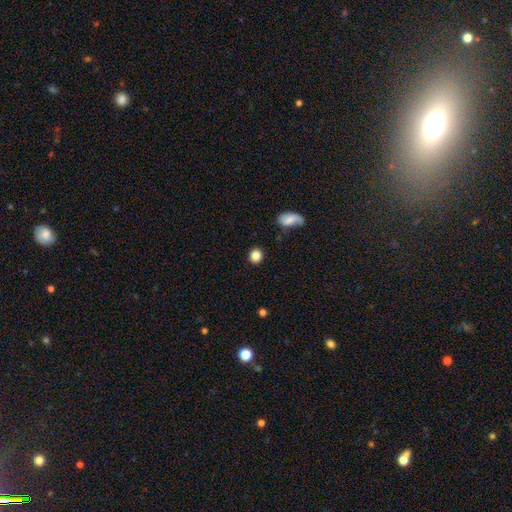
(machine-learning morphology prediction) Smooth or featured? Predicted: smooth (p=0.85). How rounded? Predicted: round (p=0.83). Merging? Predicted: none (p=0.88).